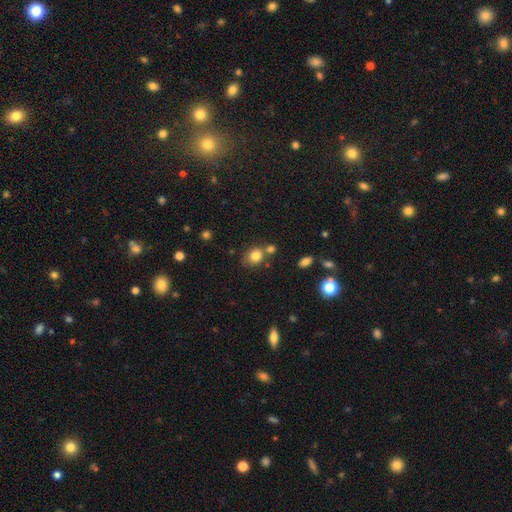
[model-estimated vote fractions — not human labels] smooth 81%, star or artifact 11%, featured or disk 8%. Down the decision tree: how rounded — round (61%); merging — none (59%).